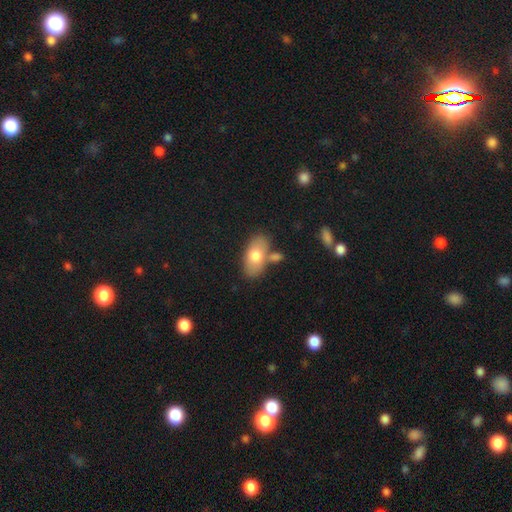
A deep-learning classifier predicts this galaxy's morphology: This is likely a smooth galaxy (72%). How rounded: clearly in between (92%). Merging: likely none (65%).